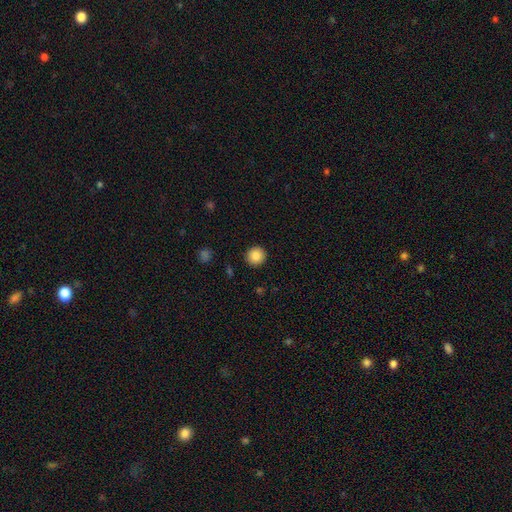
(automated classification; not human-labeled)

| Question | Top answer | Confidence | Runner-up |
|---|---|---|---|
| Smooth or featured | smooth | 86% | star or artifact (9%) |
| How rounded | round | 93% | in between (6%) |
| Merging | none | 92% | minor disturbance (5%) |